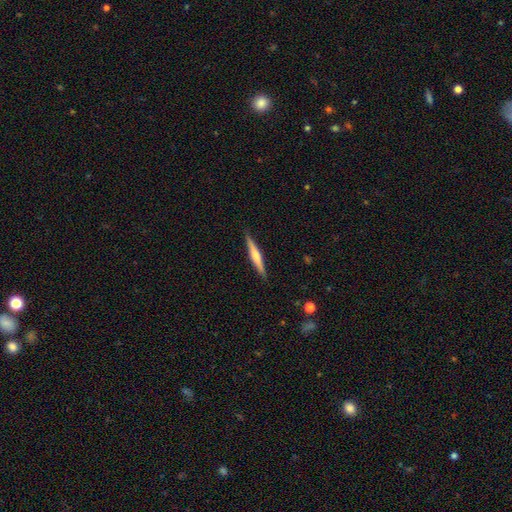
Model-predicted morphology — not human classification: This appears to be a featured or disk galaxy (53%) viewed edge-on (97%) with a rounded central bulge (59%). Merging: none (90%).